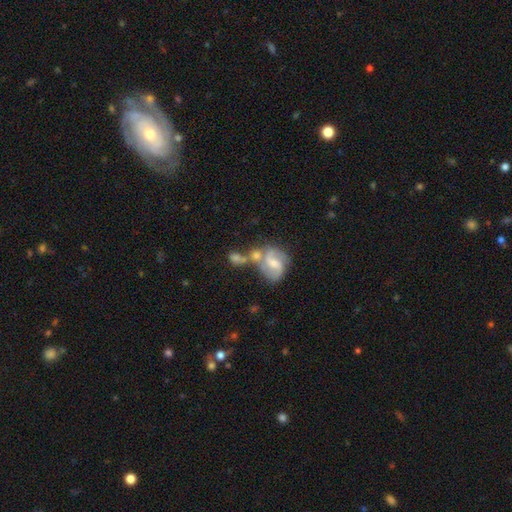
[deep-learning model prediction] smooth-or-featured: featured or disk: 68% | smooth: 24% | star or artifact: 8%
  disk-edge-on: no: 97% | yes: 3%
    bar: weak: 50% | no: 33% | strong: 17%
    has-spiral-arms: yes: 86% | no: 14%
      spiral-winding: medium: 50% | loose: 30% | tight: 20%
      spiral-arm-count: 2: 83% | can't tell: 8% | 1: 4% | 3: 3% | 4: 1% | more than 4: 1%
    bulge-size: moderate: 46% | small: 37% | none: 11% | large: 5% | dominant: 1%
  merging: merger: 45% | none: 31% | minor disturbance: 14% | major disturbance: 10%